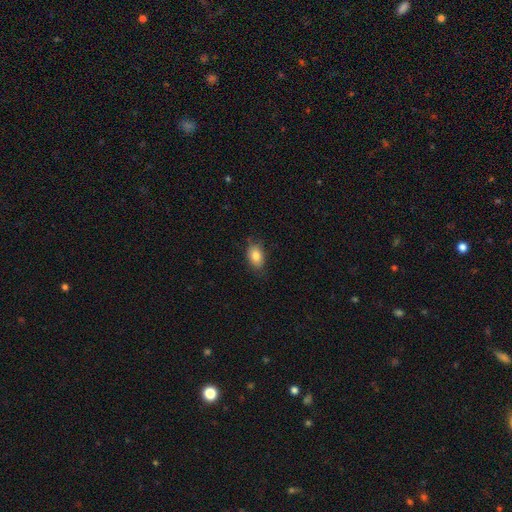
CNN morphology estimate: A smooth galaxy with no disk features (83%) that is in between round and cigar-shaped (87%). Merging: none (79%).